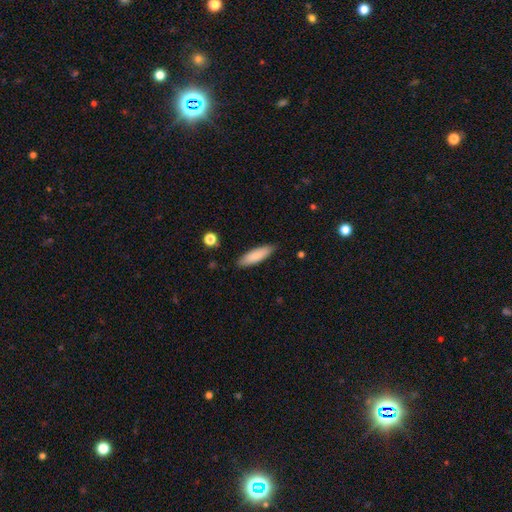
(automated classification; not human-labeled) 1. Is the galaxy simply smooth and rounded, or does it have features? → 85% smooth, 9% featured or disk, 6% star or artifact.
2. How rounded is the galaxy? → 55% cigar-shaped, 43% in between, 1% round.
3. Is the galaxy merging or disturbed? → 87% none, 10% minor disturbance, 2% major disturbance, 1% merger.